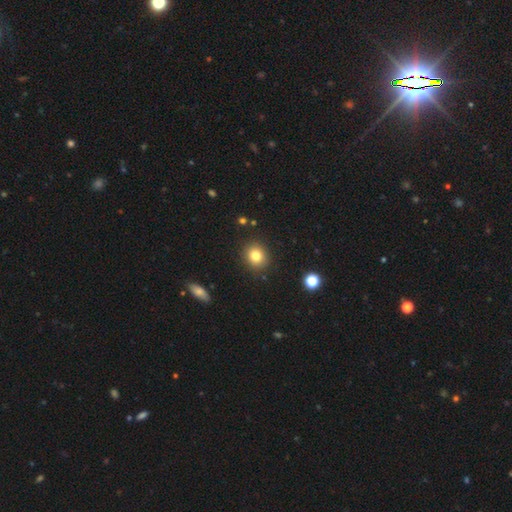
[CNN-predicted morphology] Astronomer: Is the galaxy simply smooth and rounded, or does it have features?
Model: smooth — 81%.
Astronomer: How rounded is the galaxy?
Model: round — 79%.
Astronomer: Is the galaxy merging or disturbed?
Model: none — 89%.